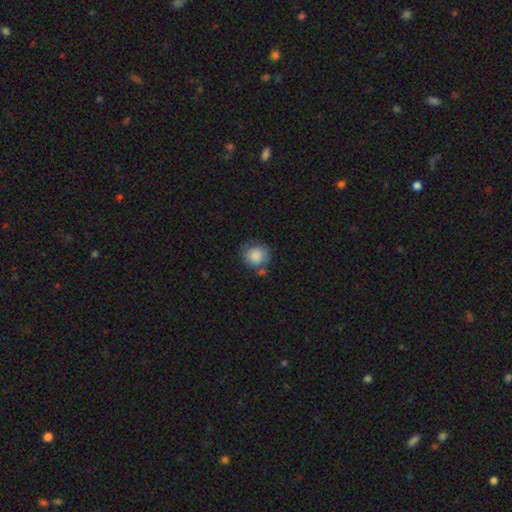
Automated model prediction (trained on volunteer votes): A smooth galaxy with no disk features (85%) that is round (86%). Merging: none (61%).